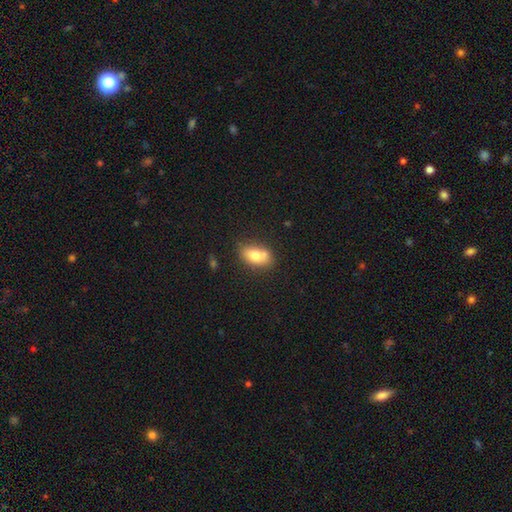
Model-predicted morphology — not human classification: Smooth or featured? Predicted: smooth (p=0.75). How rounded? Predicted: in between (p=0.85). Merging? Predicted: none (p=0.58).